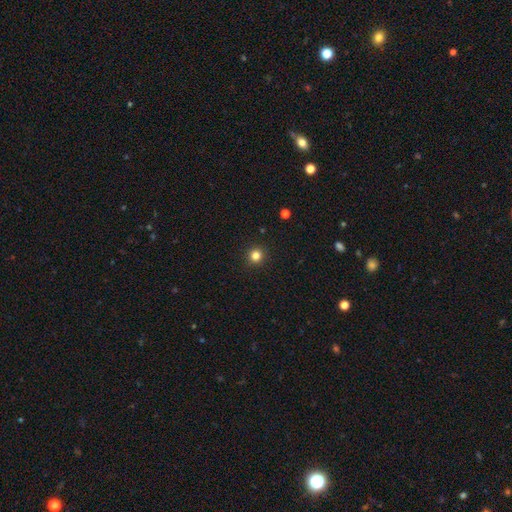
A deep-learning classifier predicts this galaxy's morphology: Overall: smooth (82%). How rounded: round (94%). Merging: none (93%).